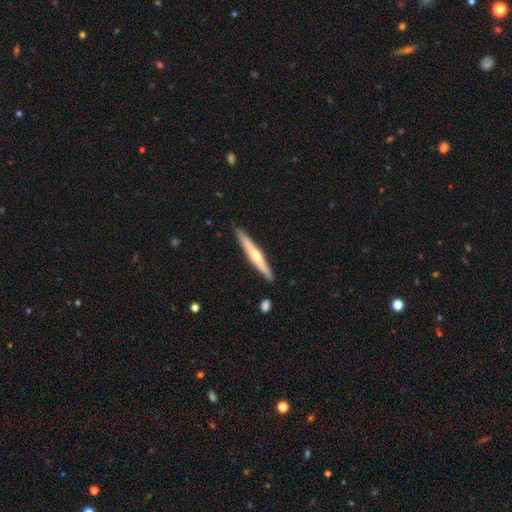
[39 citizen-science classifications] featured or disk 67%, smooth 28%, star or artifact 5%. Down the decision tree: edge-on disk — yes (100%); edge-on bulge — rounded (65%); merging — none (84%).